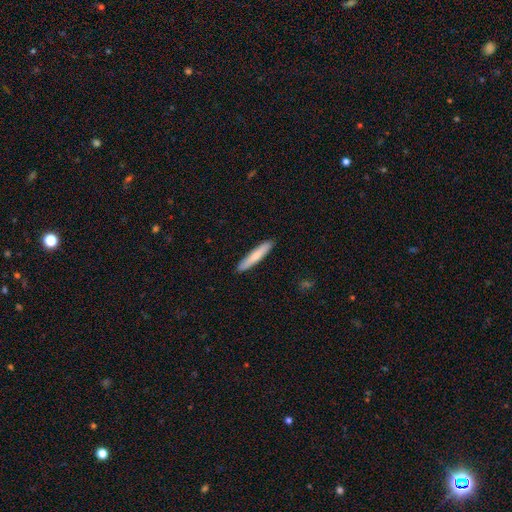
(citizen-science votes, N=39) This is likely a smooth galaxy (77%). How rounded: clearly cigar-shaped (93%). Merging: clearly none (100%).